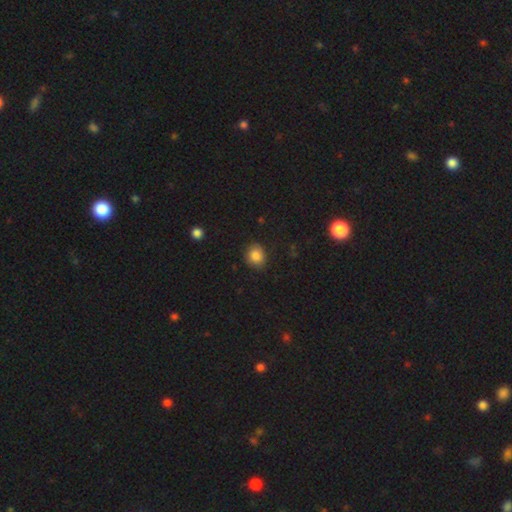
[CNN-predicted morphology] smooth 86%, star or artifact 10%, featured or disk 5%. Down the decision tree: how rounded — round (69%); merging — none (84%).